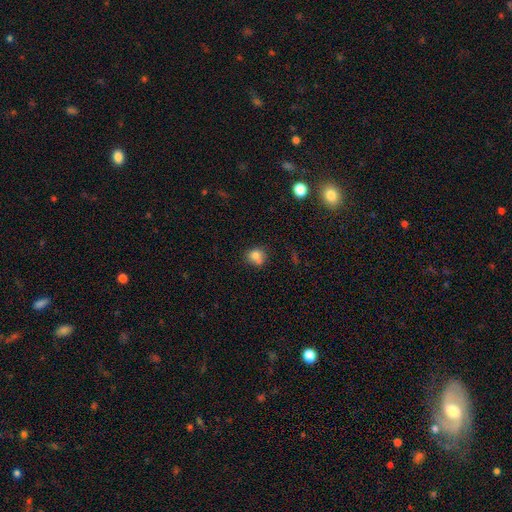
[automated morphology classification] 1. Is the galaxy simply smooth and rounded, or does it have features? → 79% smooth, 11% star or artifact, 10% featured or disk.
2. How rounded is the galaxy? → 75% round, 25% in between, 1% cigar-shaped.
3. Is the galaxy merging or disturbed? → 54% none, 21% merger, 19% minor disturbance, 6% major disturbance.